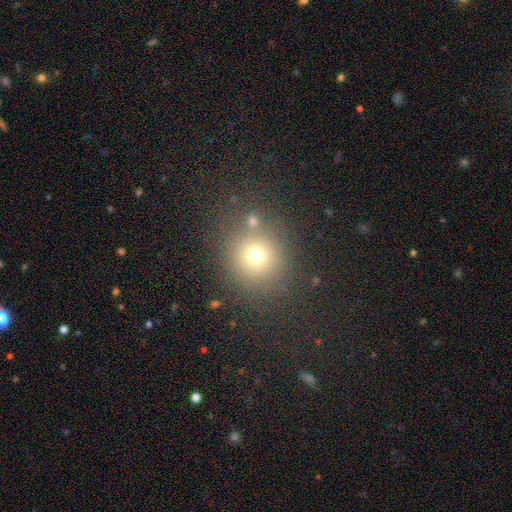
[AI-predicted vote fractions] Q: Smooth or featured?
A: smooth (71%); runner-up: star or artifact (19%)
Q: How rounded?
A: round (89%); runner-up: in between (10%)
Q: Merging?
A: none (78%); runner-up: minor disturbance (9%)